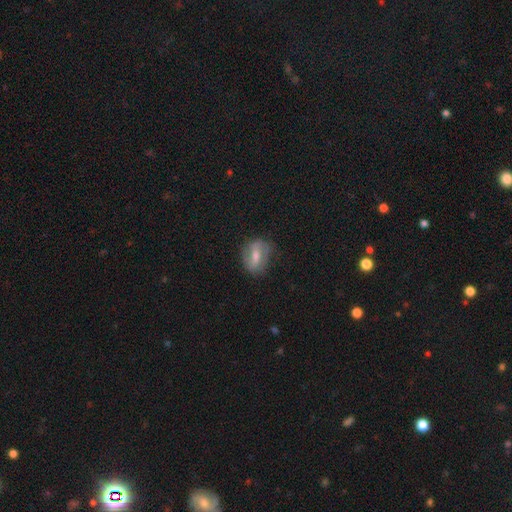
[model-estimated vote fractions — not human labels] A featured or disk galaxy (57%) with a strong bar (42%), spiral arms (67%) and a moderate central bulge (53%).

Vote fractions:
- Smooth or featured? featured or disk: 57% / smooth: 34% / star or artifact: 9%
- Edge-on disk? no: 92% / yes: 8%
- Bar? strong: 42% / weak: 40% / no: 17%
- Spiral arms? yes: 67% / no: 33%
- Bulge size? moderate: 53% / small: 35% / none: 6% / large: 5% / dominant: 1%
- Merging? none: 72% / minor disturbance: 19% / major disturbance: 7% / merger: 1%